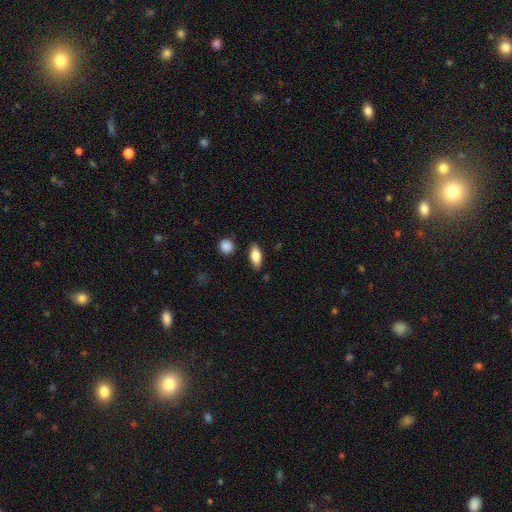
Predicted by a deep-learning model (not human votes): This appears to be a smooth galaxy with no disk features (77%) that is in between round and cigar-shaped (79%). Merging: none (83%).